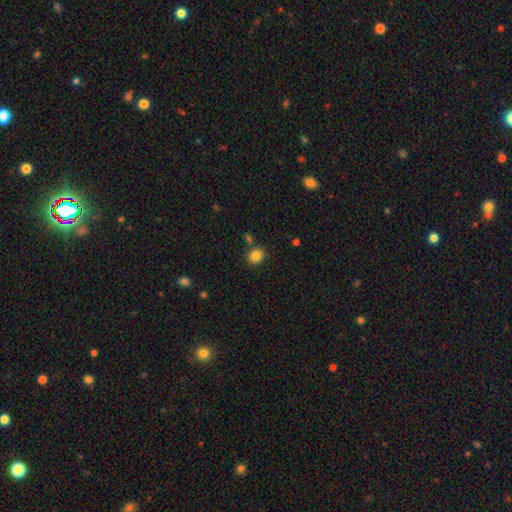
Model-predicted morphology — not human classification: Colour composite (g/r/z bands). It shows a smooth galaxy with no disk features (84%) that is round (60%). Merging: none (79%).